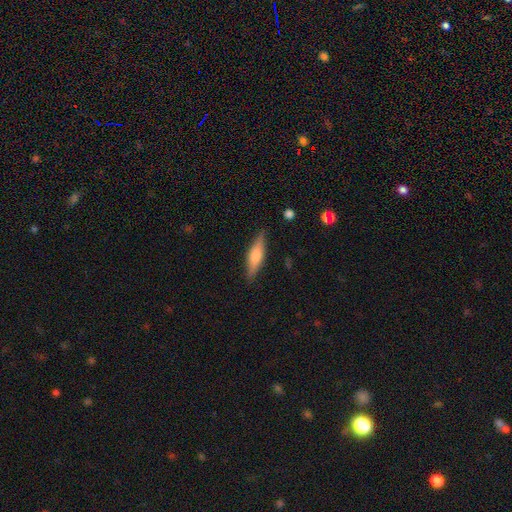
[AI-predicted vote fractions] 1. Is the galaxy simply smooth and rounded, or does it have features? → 50% smooth, 43% featured or disk, 6% star or artifact.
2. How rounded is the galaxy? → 65% cigar-shaped, 33% in between, 2% round.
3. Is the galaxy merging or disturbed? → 85% none, 11% minor disturbance, 2% major disturbance, 1% merger.